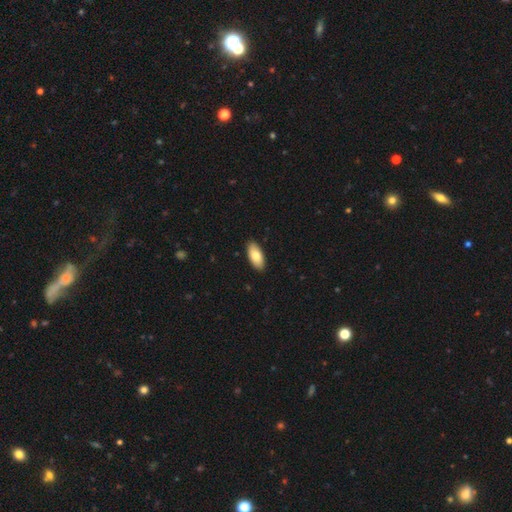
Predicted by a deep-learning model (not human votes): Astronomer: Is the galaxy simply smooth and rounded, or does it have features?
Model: smooth — 81%.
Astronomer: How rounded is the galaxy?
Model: in between — 91%.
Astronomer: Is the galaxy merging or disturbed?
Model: none — 90%.